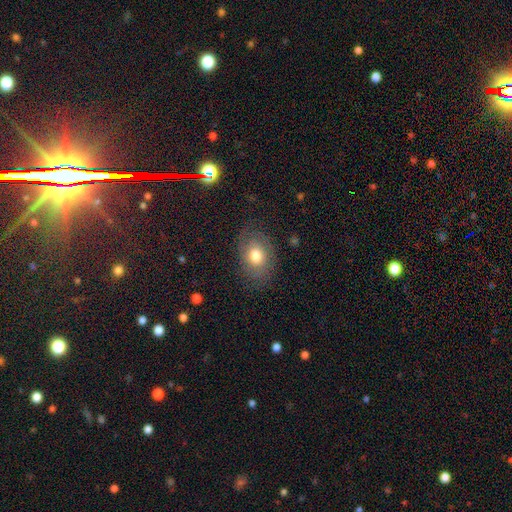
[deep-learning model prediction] The model was most divided on "smooth or featured": smooth: 61%, featured or disk: 29%, star or artifact: 10%. More confident: merging — none (77%); how rounded — in between (75%).